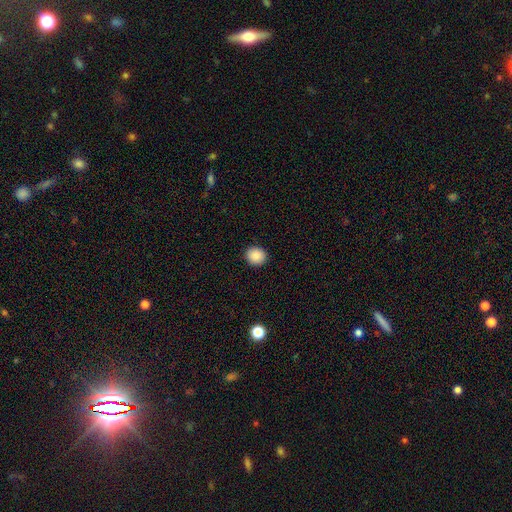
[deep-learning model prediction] smooth 89%, star or artifact 8%, featured or disk 3%. Down the decision tree: how rounded — round (83%); merging — none (92%).